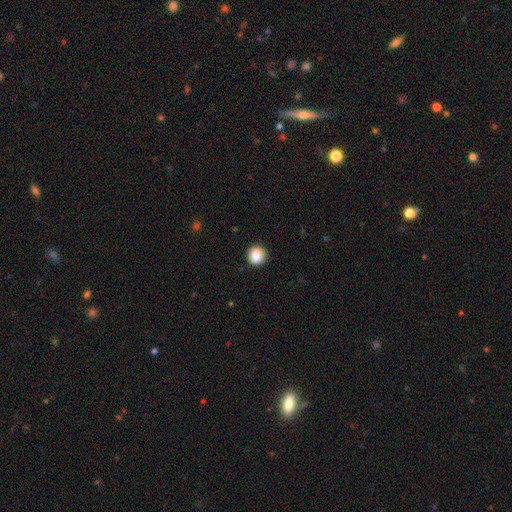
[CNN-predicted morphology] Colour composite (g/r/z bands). It shows a smooth galaxy with no disk features (84%) that is round (91%). Merging: none (90%).